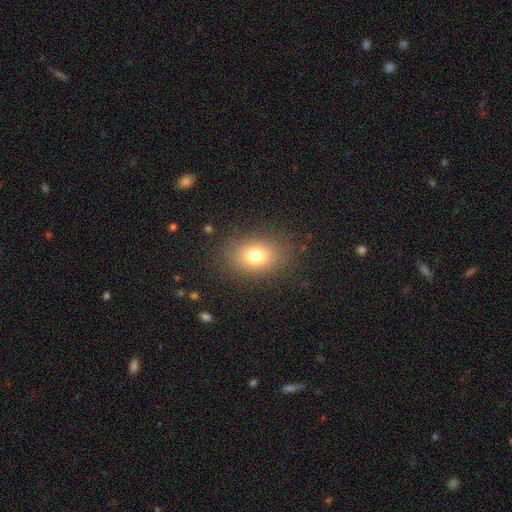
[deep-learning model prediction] Smooth or featured? Predicted: smooth (p=0.77). How rounded? Predicted: in between (p=0.71). Merging? Predicted: none (p=0.84).